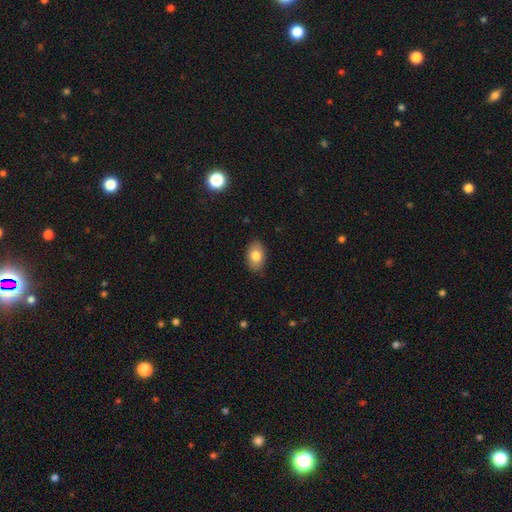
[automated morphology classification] smooth 80%, featured or disk 12%, star or artifact 8%. Down the decision tree: how rounded — in between (87%); merging — none (86%).